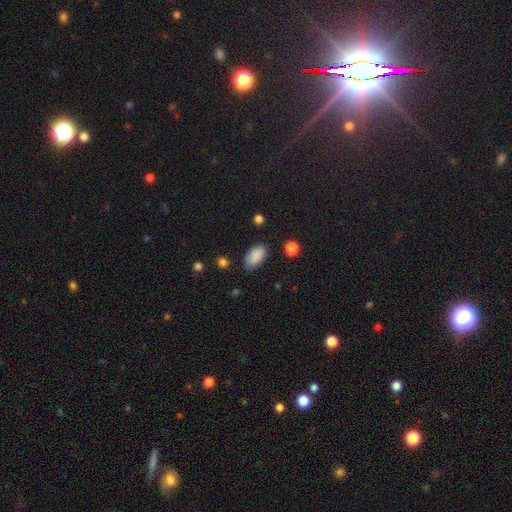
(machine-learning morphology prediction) Smooth or featured? smooth (88%)
How rounded? in between (94%)
Merging? none (76%)